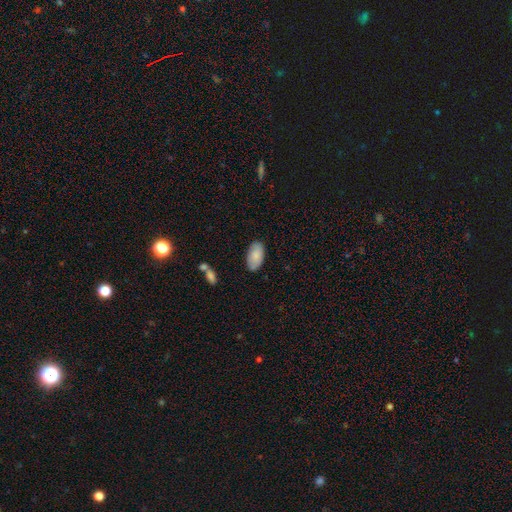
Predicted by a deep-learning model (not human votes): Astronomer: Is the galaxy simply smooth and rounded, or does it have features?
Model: smooth — 84%.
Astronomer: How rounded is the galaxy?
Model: in between — 95%.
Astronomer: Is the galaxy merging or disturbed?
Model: none — 84%.